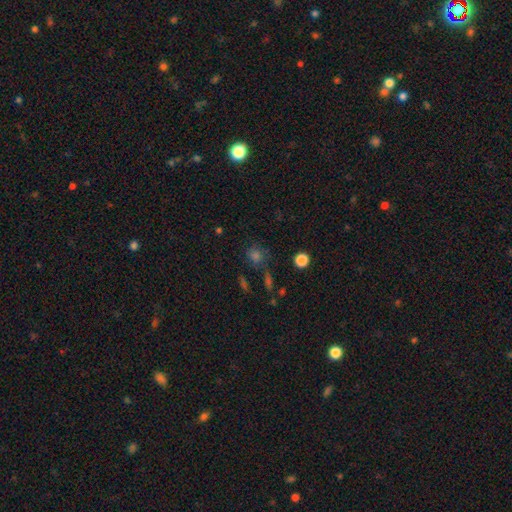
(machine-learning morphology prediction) This is likely a smooth galaxy (62%). How rounded: clearly round (81%). Merging: likely none (68%).